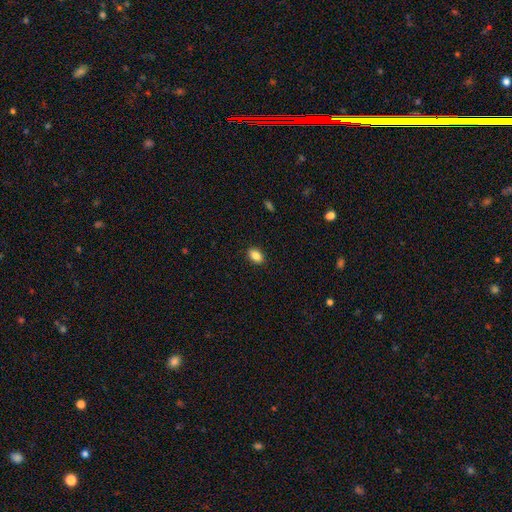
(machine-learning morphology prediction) Smooth or featured: smooth — 86% (star or artifact — 9%)
How rounded: in between — 84% (round — 15%)
Merging: none — 89% (minor disturbance — 8%)